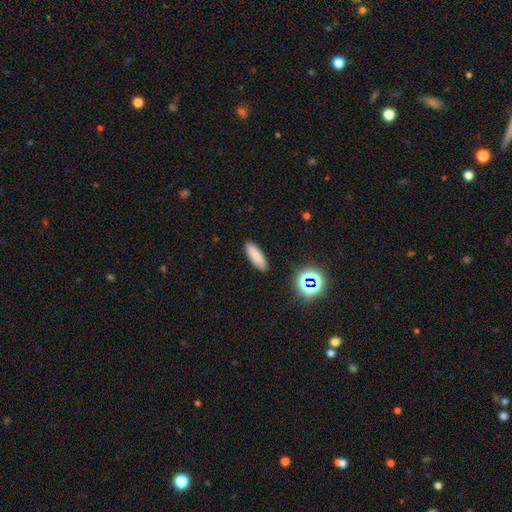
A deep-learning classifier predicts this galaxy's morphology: smooth_or_featured: smooth (p=0.82) [alt: star or artifact p=0.10]
how_rounded: in between (p=0.53) [alt: cigar-shaped p=0.44]
merging: none (p=0.89) [alt: minor disturbance p=0.07]